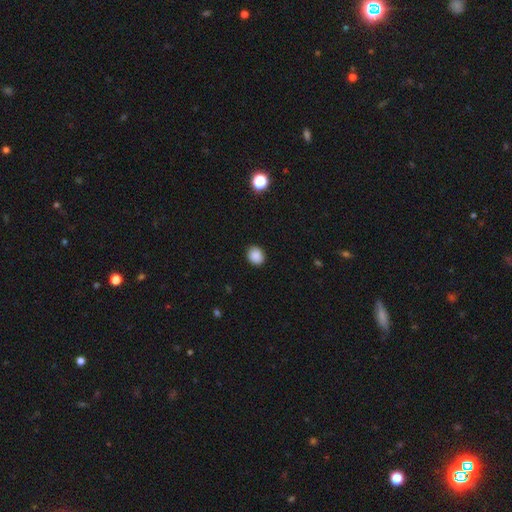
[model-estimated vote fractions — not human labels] This is clearly a smooth galaxy (88%). How rounded: likely round (67%). Merging: clearly none (90%).